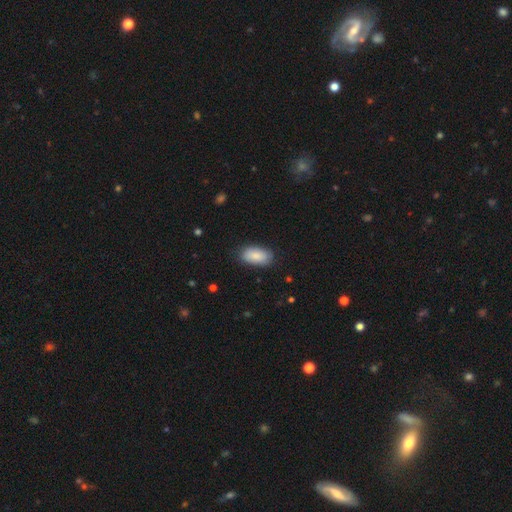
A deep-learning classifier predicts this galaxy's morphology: smooth 87%, featured or disk 7%, star or artifact 6%. Down the decision tree: how rounded — in between (93%); merging — none (81%).